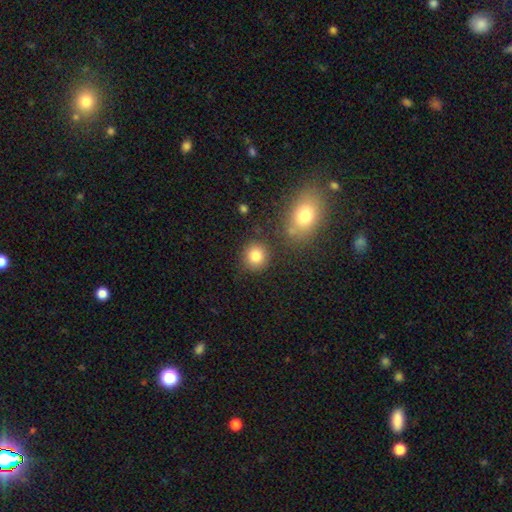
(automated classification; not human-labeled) Smooth or featured?
  - smooth: 83% *
  - star or artifact: 10%
  - featured or disk: 6%
How rounded?
  - round: 88% *
  - in between: 11%
  - cigar-shaped: 1%
Merging?
  - none: 82% *
  - minor disturbance: 9%
  - merger: 6%
  - major disturbance: 3%